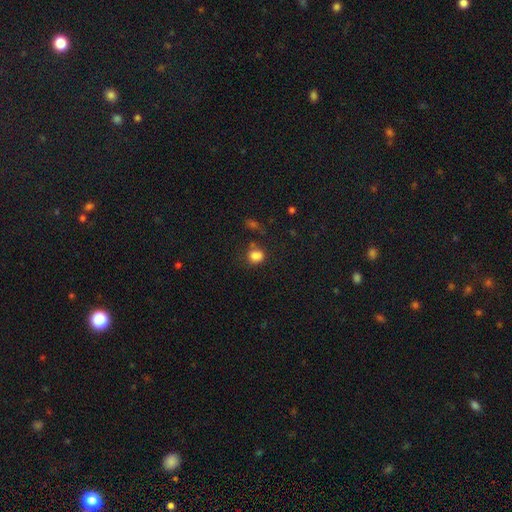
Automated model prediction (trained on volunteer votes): A smooth galaxy with no disk features (83%) that is round (61%). Merging: none (61%).